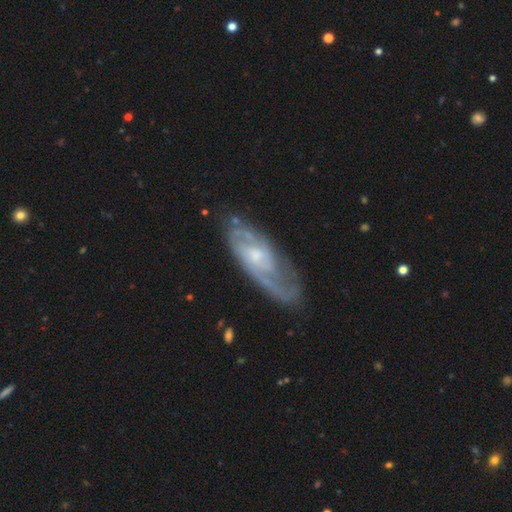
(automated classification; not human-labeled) Smooth or featured: featured or disk — 82% (smooth — 12%)
Edge-on disk: no — 89% (yes — 11%)
Bar: no — 59% (weak — 36%)
Spiral arms: yes — 92% (no — 8%)
Spiral winding: tight — 43% (medium — 42%)
Spiral arm count: 2 — 49% (can't tell — 29%)
Bulge size: small — 51% (moderate — 41%)
Merging: none — 69% (minor disturbance — 20%)